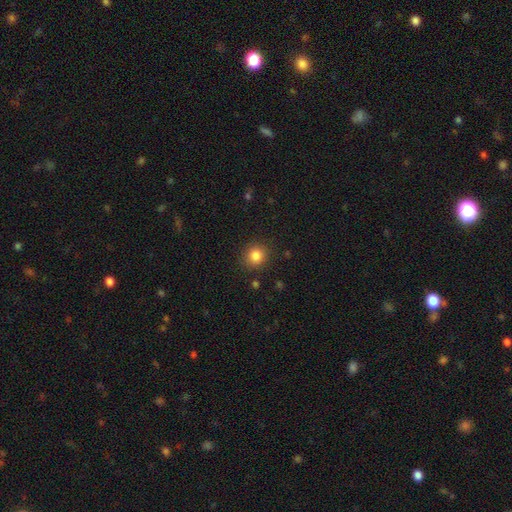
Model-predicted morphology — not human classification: The model was most divided on "smooth or featured": smooth: 84%, star or artifact: 11%, featured or disk: 5%. More confident: merging — none (88%); how rounded — round (86%).